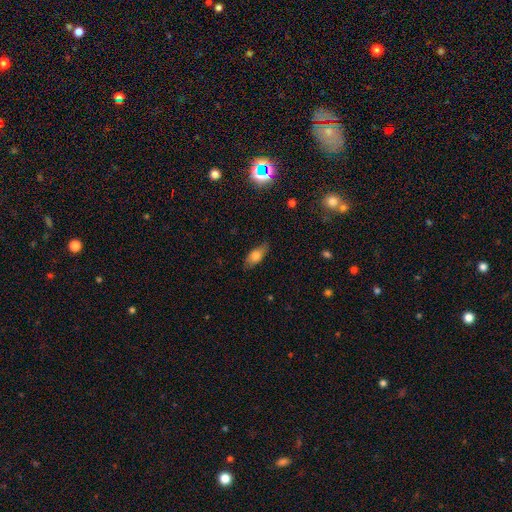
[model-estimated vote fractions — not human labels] smooth_or_featured: smooth (p=0.72) [alt: featured or disk p=0.19]
how_rounded: in between (p=0.81) [alt: cigar-shaped p=0.15]
merging: none (p=0.76) [alt: minor disturbance p=0.19]